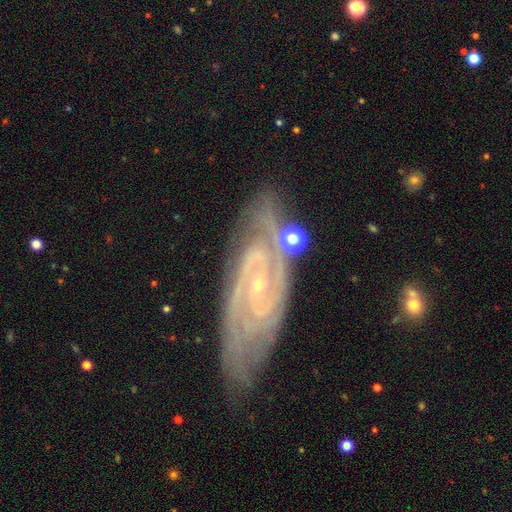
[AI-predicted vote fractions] Smooth or featured? featured or disk (88%)
Edge-on disk? no (95%)
Bar? no (42%)
Spiral arms? yes (98%)
Spiral winding? tight (60%)
Spiral arm count? 2 (61%)
Bulge size? small (77%)
Merging? none (66%)